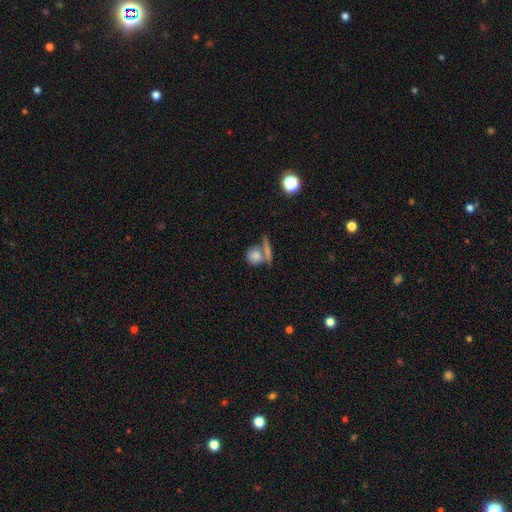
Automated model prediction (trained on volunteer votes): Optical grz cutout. It shows a smooth galaxy with no disk features (77%) that is round (73%). Merging: none (48%).